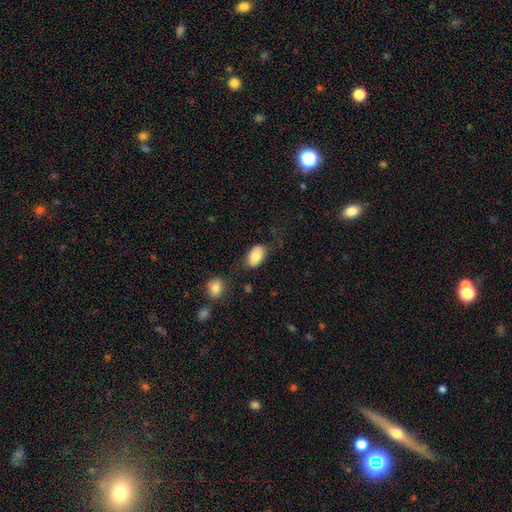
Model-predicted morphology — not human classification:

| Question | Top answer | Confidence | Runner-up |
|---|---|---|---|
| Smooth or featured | smooth | 82% | featured or disk (11%) |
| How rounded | in between | 92% | round (7%) |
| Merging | none | 72% | minor disturbance (17%) |